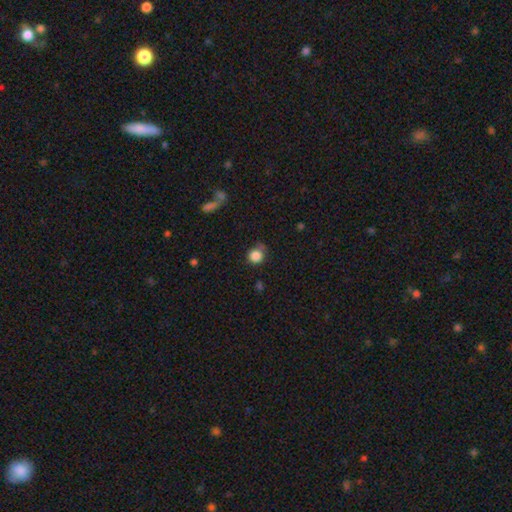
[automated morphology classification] Smooth or featured?
  - smooth: 85% *
  - star or artifact: 10%
  - featured or disk: 5%
How rounded?
  - round: 88% *
  - in between: 11%
  - cigar-shaped: 1%
Merging?
  - none: 65% *
  - minor disturbance: 22%
  - major disturbance: 6%
  - merger: 6%